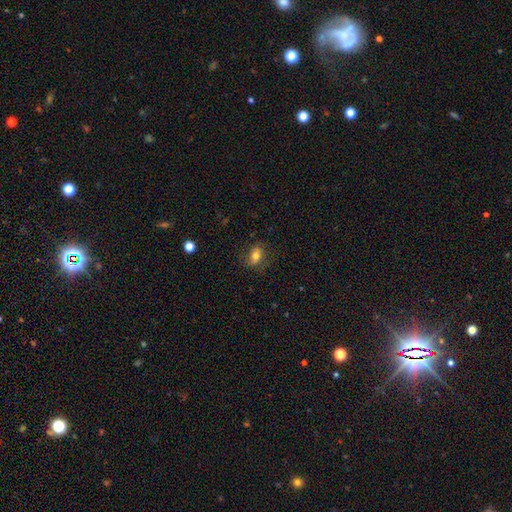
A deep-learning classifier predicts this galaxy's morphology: Smooth or featured? smooth (72%)
How rounded? in between (76%)
Merging? none (75%)